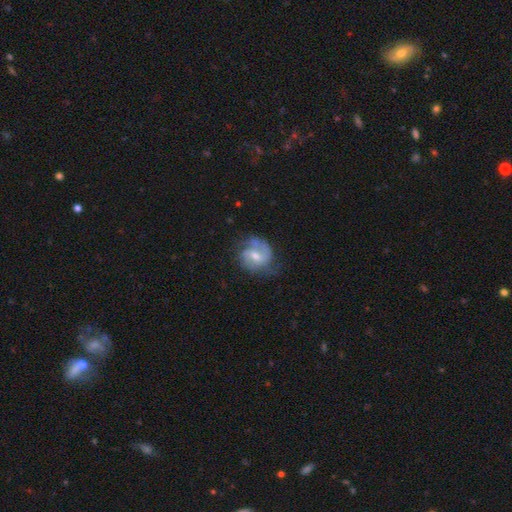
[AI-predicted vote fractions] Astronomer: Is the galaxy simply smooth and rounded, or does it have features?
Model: featured or disk — 77%.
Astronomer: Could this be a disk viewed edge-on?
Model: no — 98%.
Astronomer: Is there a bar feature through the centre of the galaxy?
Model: weak — 55% (runner-up: no, 32%).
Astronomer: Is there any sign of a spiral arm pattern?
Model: yes — 92%.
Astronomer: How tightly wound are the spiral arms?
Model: medium — 48% (runner-up: tight, 30%).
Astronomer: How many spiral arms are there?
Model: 2 — 69%.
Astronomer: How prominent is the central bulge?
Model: moderate — 55% (runner-up: small, 37%).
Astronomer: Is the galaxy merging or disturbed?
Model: none — 59%.